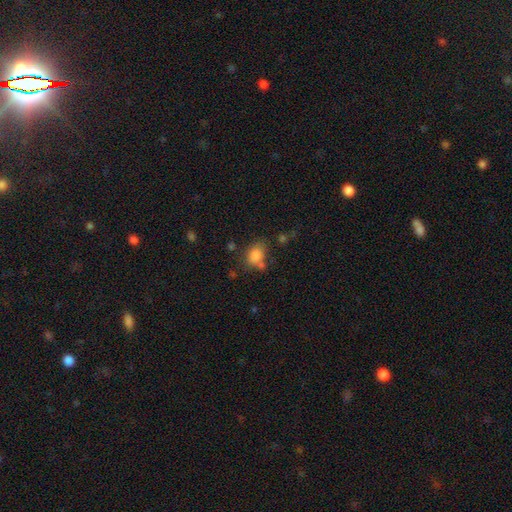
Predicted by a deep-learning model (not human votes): Smooth or featured?
  - smooth: 83% *
  - star or artifact: 10%
  - featured or disk: 7%
How rounded?
  - in between: 73% *
  - round: 26%
  - cigar-shaped: 1%
Merging?
  - none: 53% *
  - minor disturbance: 21%
  - merger: 17%
  - major disturbance: 9%